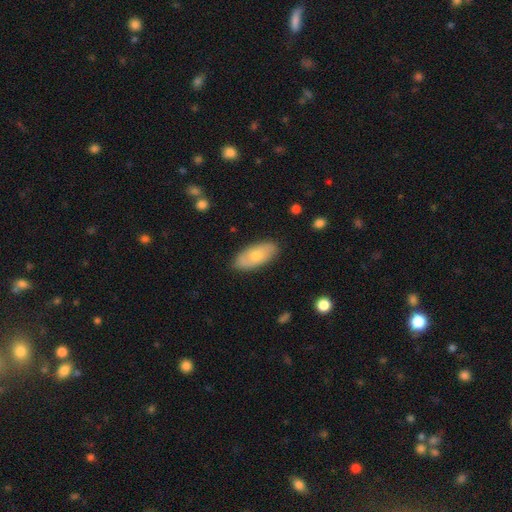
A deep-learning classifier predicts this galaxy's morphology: type=smooth (65%); roundness=in between (89%); merging=none (85%).